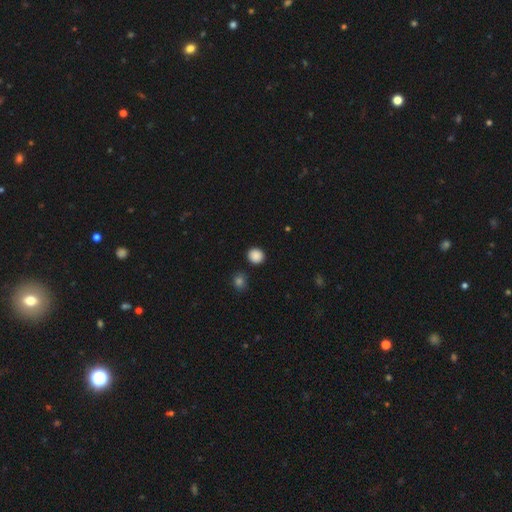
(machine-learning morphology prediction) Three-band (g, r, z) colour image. It shows a smooth galaxy with no disk features (87%) that is round (86%). Merging: none (89%).